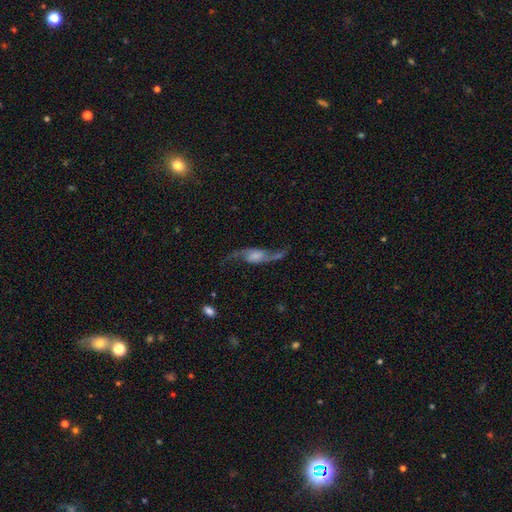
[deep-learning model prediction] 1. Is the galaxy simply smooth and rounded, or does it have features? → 83% featured or disk, 10% smooth, 7% star or artifact.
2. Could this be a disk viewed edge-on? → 91% no, 9% yes.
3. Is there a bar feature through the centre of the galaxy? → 49% no, 36% weak, 15% strong.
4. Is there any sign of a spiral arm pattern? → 96% yes, 4% no.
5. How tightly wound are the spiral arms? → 90% loose, 8% medium, 2% tight.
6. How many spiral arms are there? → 94% 2, 2% 1, 1% can't tell, 1% 3, 1% 4, 1% more than 4.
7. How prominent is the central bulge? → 35% none, 21% small, 19% large, 18% moderate, 7% dominant.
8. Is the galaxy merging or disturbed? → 67% none, 16% minor disturbance, 13% major disturbance, 4% merger.